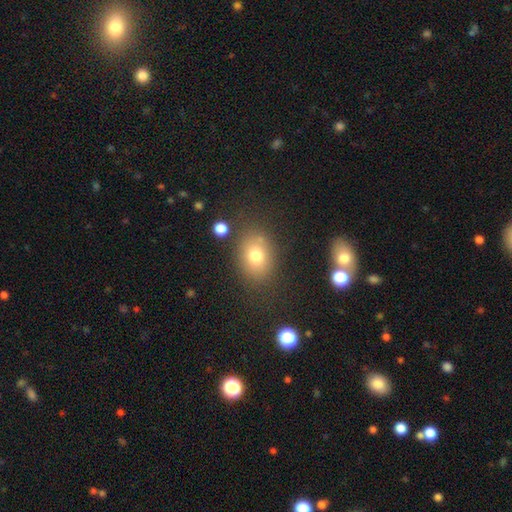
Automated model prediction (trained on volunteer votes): The model was most divided on "how rounded": in between: 60%, round: 39%, cigar-shaped: 1%. More confident: merging — none (78%); smooth or featured — smooth (75%).